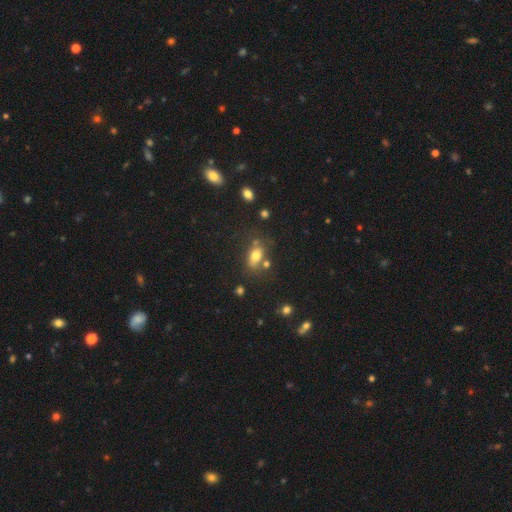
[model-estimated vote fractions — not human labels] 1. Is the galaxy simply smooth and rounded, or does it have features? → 73% smooth, 15% featured or disk, 12% star or artifact.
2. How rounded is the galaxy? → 80% in between, 14% round, 6% cigar-shaped.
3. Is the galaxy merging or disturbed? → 58% none, 18% minor disturbance, 17% merger, 7% major disturbance.